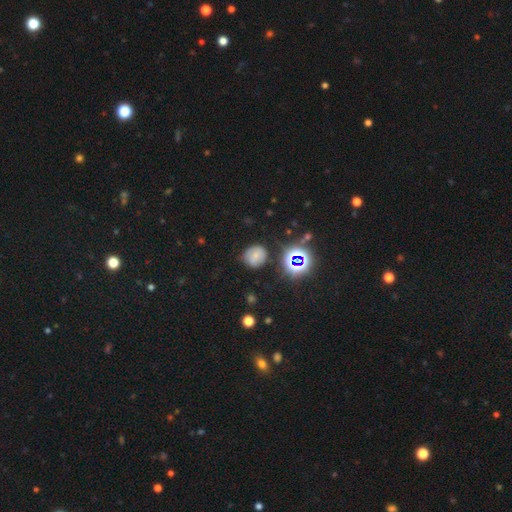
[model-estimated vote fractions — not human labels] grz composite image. It shows a smooth galaxy with no disk features (65%) that is round (77%). Merging: none (73%).